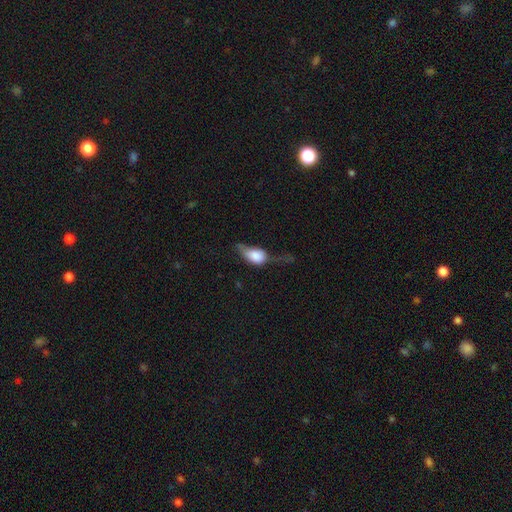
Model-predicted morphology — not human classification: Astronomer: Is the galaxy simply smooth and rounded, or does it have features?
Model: smooth — 63%.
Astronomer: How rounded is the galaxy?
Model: in between — 75%.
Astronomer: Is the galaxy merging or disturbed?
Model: major disturbance — 42% (runner-up: minor disturbance, 31%).